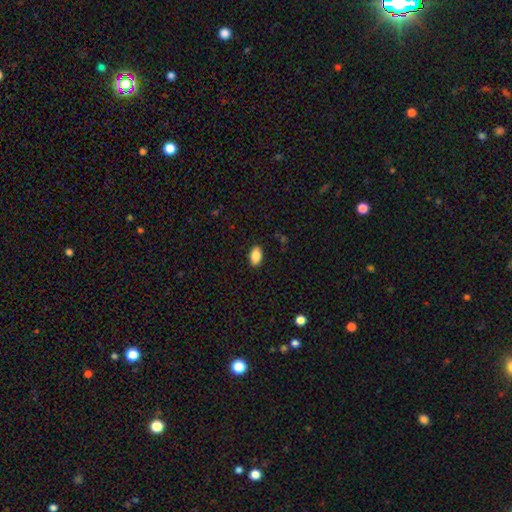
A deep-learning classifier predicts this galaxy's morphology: Smooth or featured: smooth — 87% (star or artifact — 8%)
How rounded: in between — 91% (round — 7%)
Merging: none — 89% (minor disturbance — 8%)